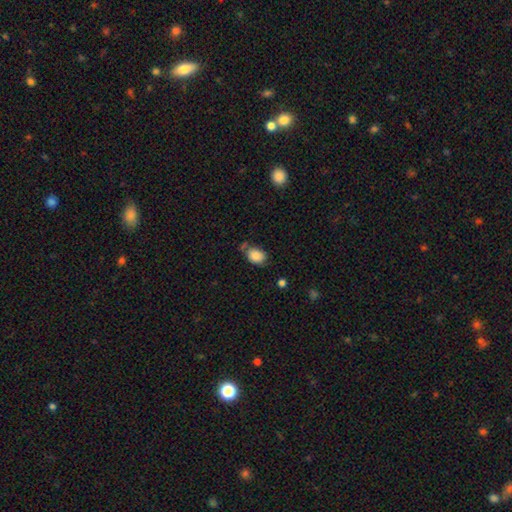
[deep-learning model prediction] This appears to be a smooth galaxy with no disk features (85%) that is in between round and cigar-shaped (73%). Merging: none (60%).